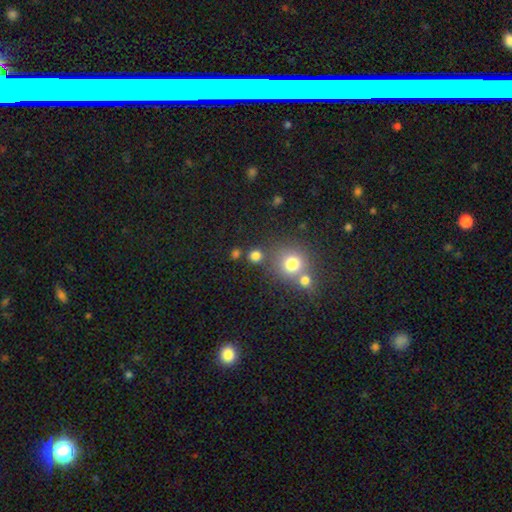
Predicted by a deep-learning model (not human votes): smooth 76%, star or artifact 17%, featured or disk 6%. Down the decision tree: how rounded — round (88%); merging — none (72%).